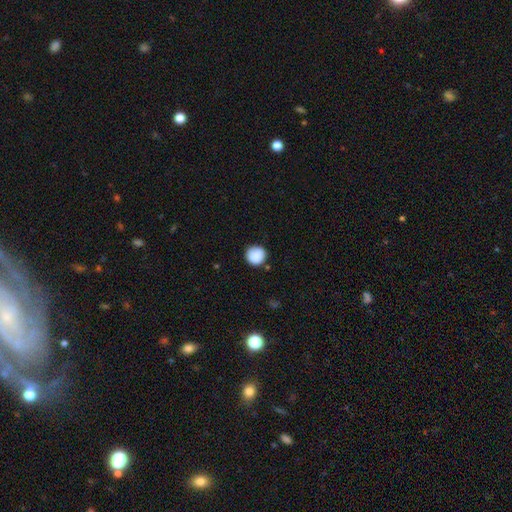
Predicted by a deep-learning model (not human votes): Overall: smooth (89%). How rounded: round (94%). Merging: none (86%).